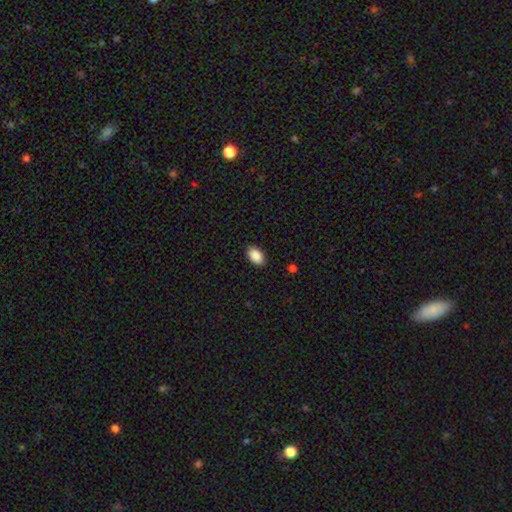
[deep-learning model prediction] Overall: smooth (90%). How rounded: in between (93%). Merging: none (89%).